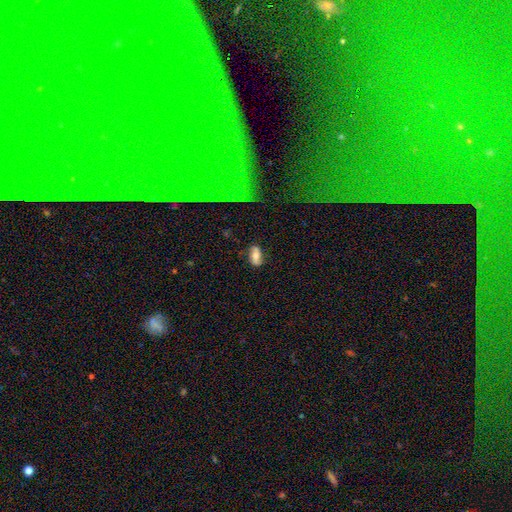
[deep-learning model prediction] smooth 53%, featured or disk 38%, star or artifact 8%. Down the decision tree: how rounded — in between (84%); merging — none (71%).